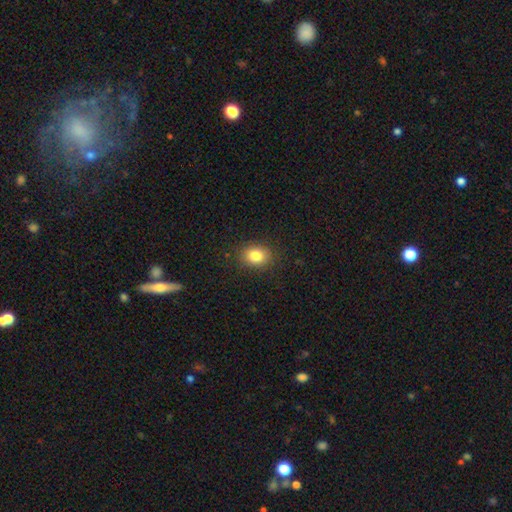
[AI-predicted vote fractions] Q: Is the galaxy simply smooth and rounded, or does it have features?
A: smooth — 83%.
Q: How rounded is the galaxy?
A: in between — 52%.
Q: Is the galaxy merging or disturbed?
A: none — 87%.